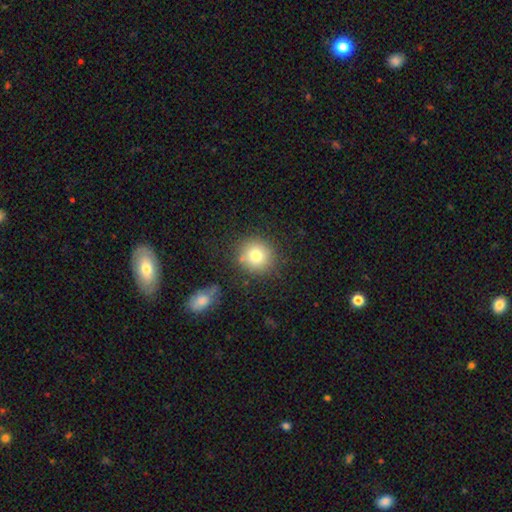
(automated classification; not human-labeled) smooth-or-featured: smooth: 78% | star or artifact: 11% | featured or disk: 11%
  how-rounded: round: 91% | in between: 8% | cigar-shaped: 1%
  merging: none: 83% | minor disturbance: 10% | merger: 4% | major disturbance: 3%